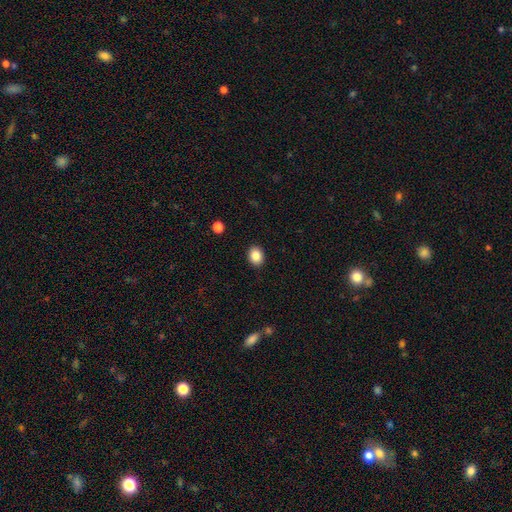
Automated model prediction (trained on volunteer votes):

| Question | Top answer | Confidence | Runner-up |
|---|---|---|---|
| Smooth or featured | smooth | 86% | star or artifact (9%) |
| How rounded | in between | 57% | round (42%) |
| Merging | none | 90% | minor disturbance (7%) |